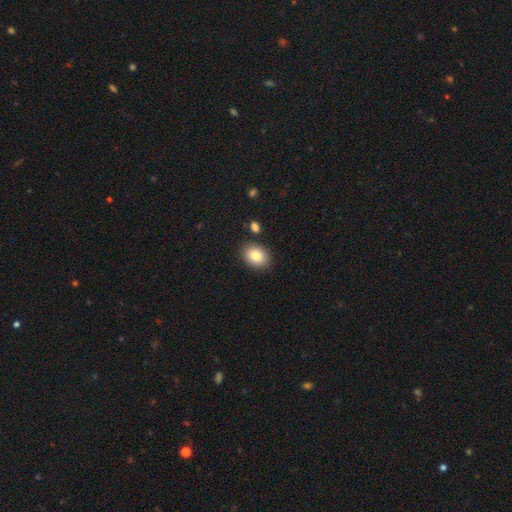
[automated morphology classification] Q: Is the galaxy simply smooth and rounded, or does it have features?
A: smooth — 84%.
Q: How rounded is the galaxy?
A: in between — 67%.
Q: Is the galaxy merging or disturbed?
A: none — 86%.